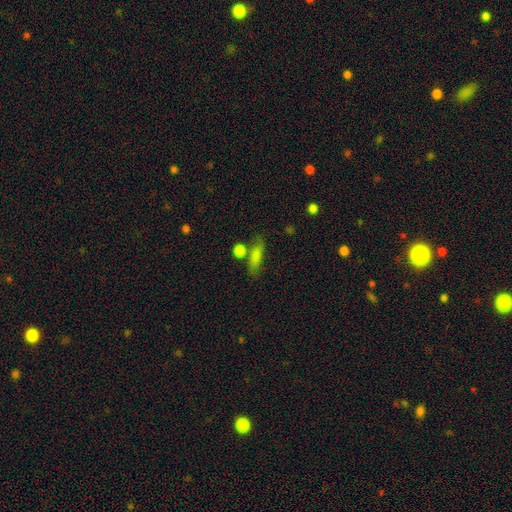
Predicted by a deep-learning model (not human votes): Smooth or featured?
  - smooth: 80% *
  - featured or disk: 11%
  - star or artifact: 9%
How rounded?
  - in between: 49% *
  - cigar-shaped: 41%
  - round: 10%
Merging?
  - none: 61% *
  - minor disturbance: 17%
  - merger: 15%
  - major disturbance: 7%